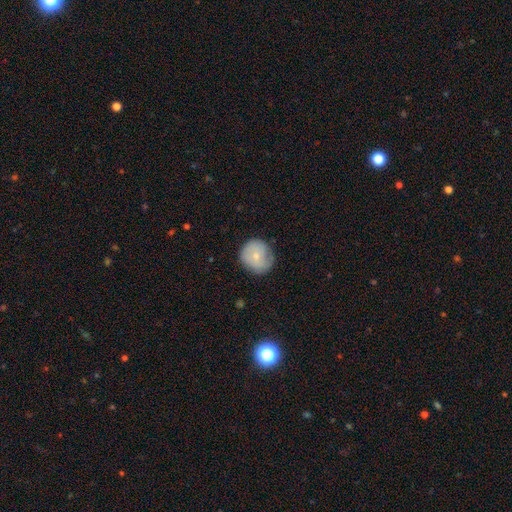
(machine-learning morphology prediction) A smooth galaxy with no disk features (63%) that is round (86%).

Vote fractions:
- Smooth or featured? smooth: 63% / featured or disk: 29% / star or artifact: 7%
- How rounded? round: 86% / in between: 13% / cigar-shaped: 1%
- Merging? none: 72% / minor disturbance: 22% / major disturbance: 5% / merger: 1%